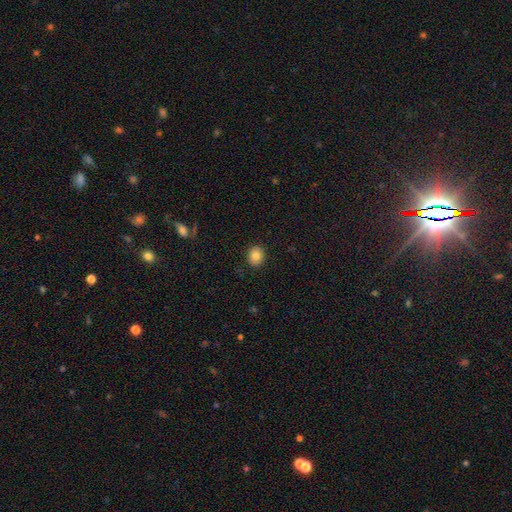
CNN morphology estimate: Smooth or featured?
  - smooth: 84% *
  - star or artifact: 10%
  - featured or disk: 6%
How rounded?
  - round: 67% *
  - in between: 32%
  - cigar-shaped: 1%
Merging?
  - none: 90% *
  - minor disturbance: 7%
  - major disturbance: 2%
  - merger: 1%